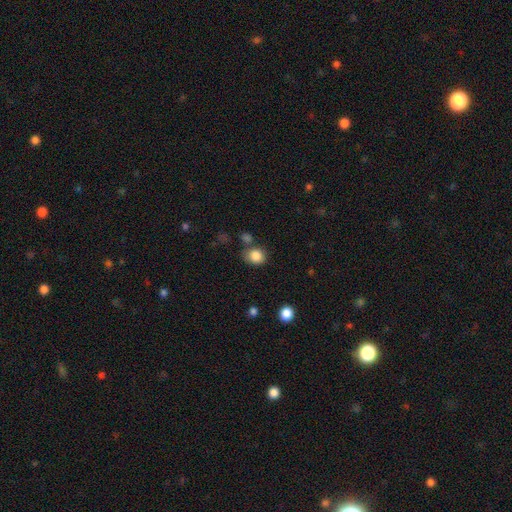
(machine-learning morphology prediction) This appears to be a smooth galaxy with no disk features (85%) that is round (66%). Merging: none (67%).